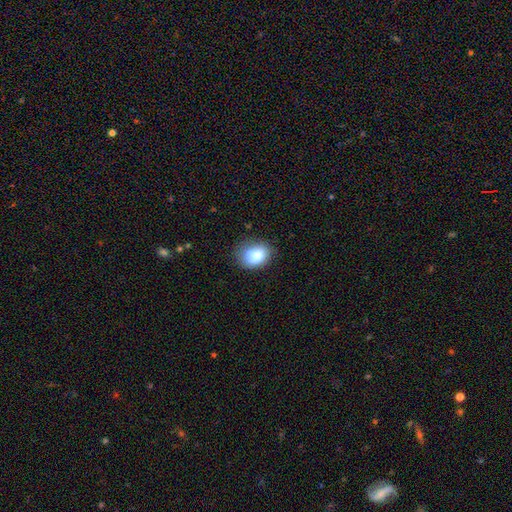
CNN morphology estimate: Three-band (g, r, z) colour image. It shows a smooth galaxy with no disk features (83%) that is in between round and cigar-shaped (67%). Merging: none (63%).